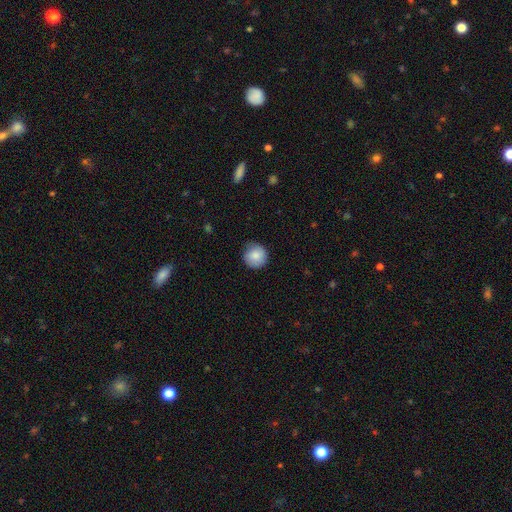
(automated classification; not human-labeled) The model was most divided on "merging": none: 80%, minor disturbance: 16%, major disturbance: 3%, merger: 1%. More confident: how rounded — round (93%); smooth or featured — smooth (83%).